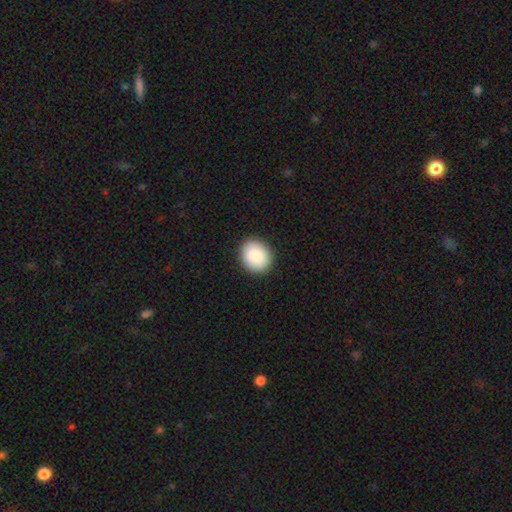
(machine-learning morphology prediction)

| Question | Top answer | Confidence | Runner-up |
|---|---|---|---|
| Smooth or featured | smooth | 87% | star or artifact (7%) |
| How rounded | round | 67% | in between (32%) |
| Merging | none | 90% | minor disturbance (7%) |